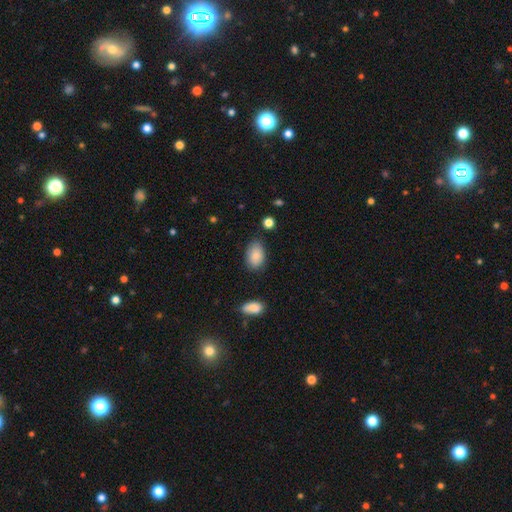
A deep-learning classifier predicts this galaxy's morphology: smooth-or-featured: smooth: 86% | star or artifact: 7% | featured or disk: 7%
  how-rounded: in between: 90% | round: 9% | cigar-shaped: 1%
  merging: none: 76% | minor disturbance: 18% | major disturbance: 4% | merger: 3%